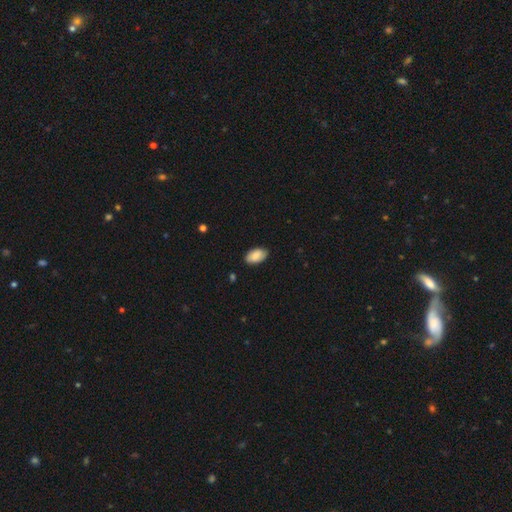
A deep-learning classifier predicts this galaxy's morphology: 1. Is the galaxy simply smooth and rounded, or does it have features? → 86% smooth, 8% featured or disk, 6% star or artifact.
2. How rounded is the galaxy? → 95% in between, 4% round, 2% cigar-shaped.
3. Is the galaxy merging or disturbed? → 86% none, 11% minor disturbance, 2% major disturbance, 1% merger.